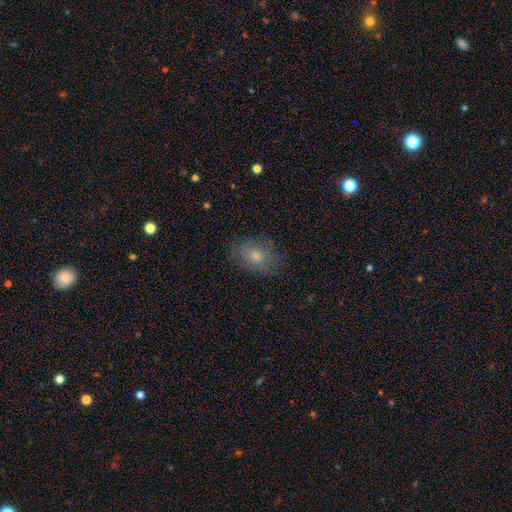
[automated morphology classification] Overall: smooth (59%; featured or disk 27%). How rounded: in between (75%). Merging: none (78%).